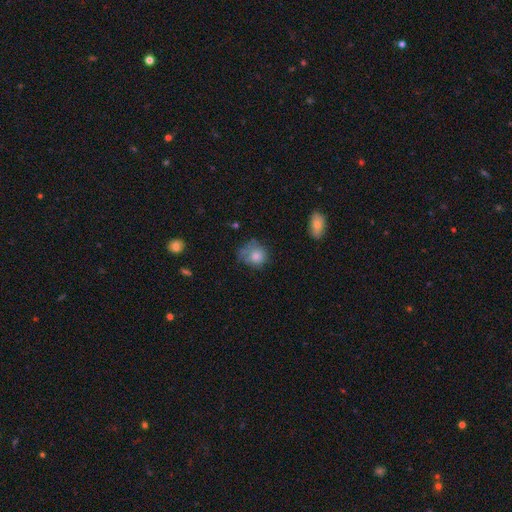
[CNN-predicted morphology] smooth-or-featured: smooth: 75% | featured or disk: 15% | star or artifact: 9%
  how-rounded: round: 73% | in between: 26% | cigar-shaped: 1%
  merging: none: 43% | minor disturbance: 32% | major disturbance: 20% | merger: 5%